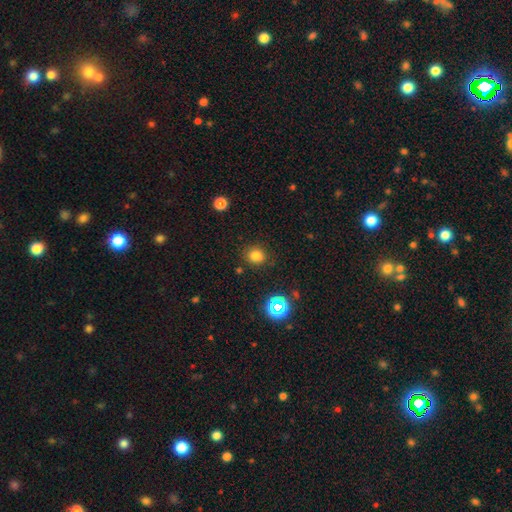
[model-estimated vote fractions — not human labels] This appears to be a smooth galaxy with no disk features (79%) that is round (76%). Merging: none (84%).